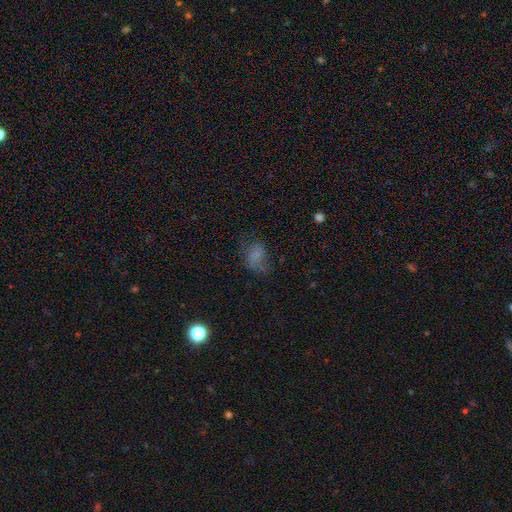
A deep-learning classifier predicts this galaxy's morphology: A smooth galaxy with no disk features (65%) that is in between round and cigar-shaped (67%).

Vote fractions:
- Smooth or featured? smooth: 65% / featured or disk: 17% / star or artifact: 17%
- How rounded? in between: 67% / round: 32% / cigar-shaped: 1%
- Merging? none: 47% / minor disturbance: 26% / major disturbance: 24% / merger: 2%